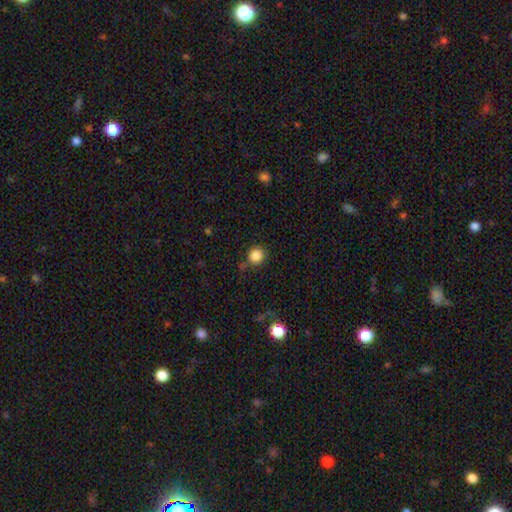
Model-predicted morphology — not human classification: type=smooth (85%); roundness=round (92%); merging=none (81%).